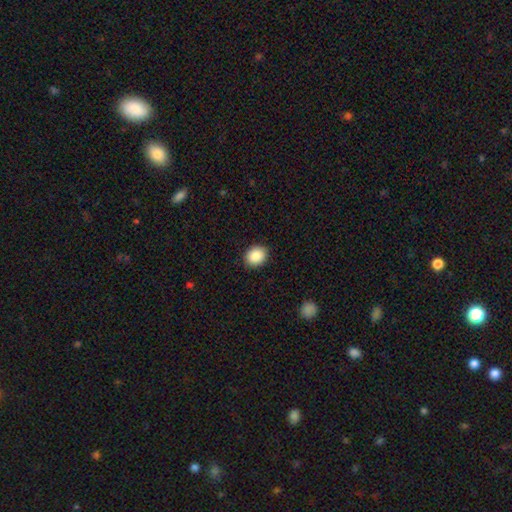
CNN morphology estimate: Smooth or featured? Predicted: smooth (p=0.89). How rounded? Predicted: round (p=0.57). Merging? Predicted: none (p=0.90).